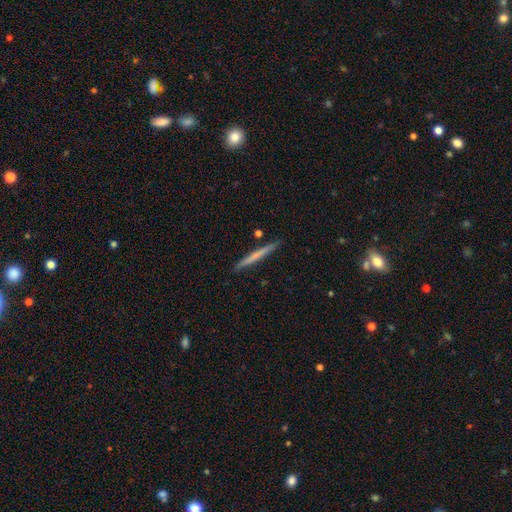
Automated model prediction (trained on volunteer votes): Q: Smooth or featured?
A: smooth (55%); runner-up: featured or disk (39%)
Q: How rounded?
A: cigar-shaped (97%); runner-up: in between (2%)
Q: Merging?
A: none (90%); runner-up: minor disturbance (7%)